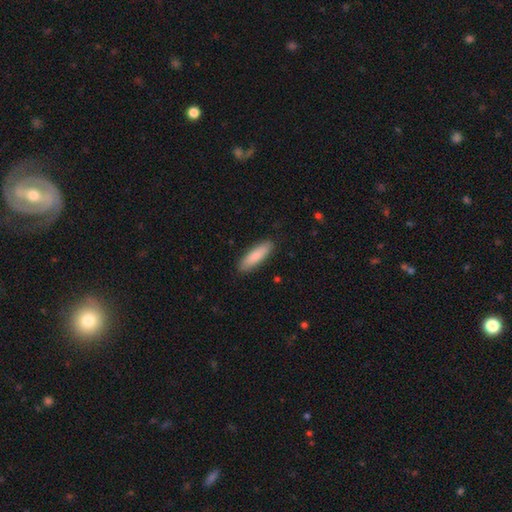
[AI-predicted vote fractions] Smooth or featured? Predicted: smooth (p=0.86). How rounded? Predicted: cigar-shaped (p=0.60). Merging? Predicted: none (p=0.89).